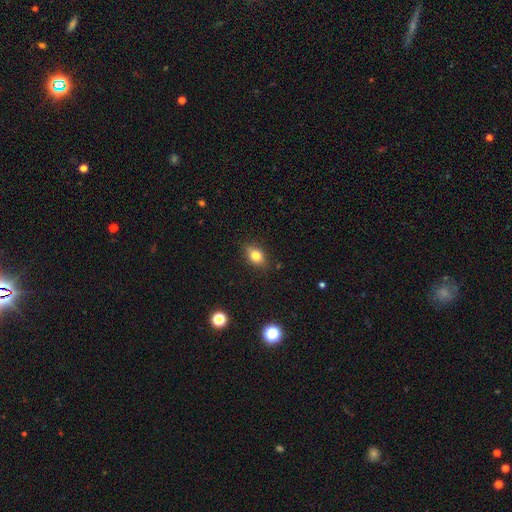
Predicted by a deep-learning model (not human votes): This is likely a smooth galaxy (78%). How rounded: likely in between (72%). Merging: clearly none (84%).